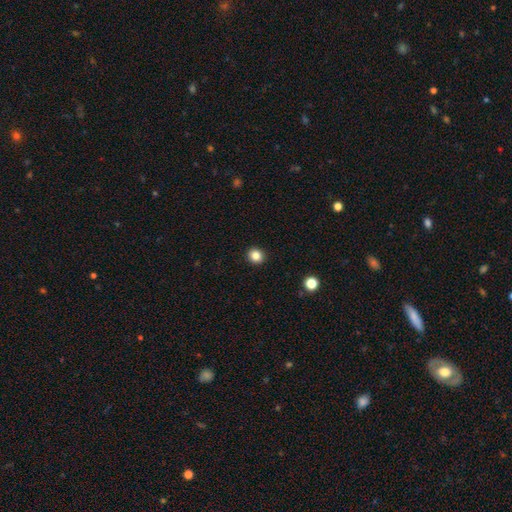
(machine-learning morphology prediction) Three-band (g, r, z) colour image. It shows a smooth galaxy with no disk features (84%) that is round (87%). Merging: none (93%).